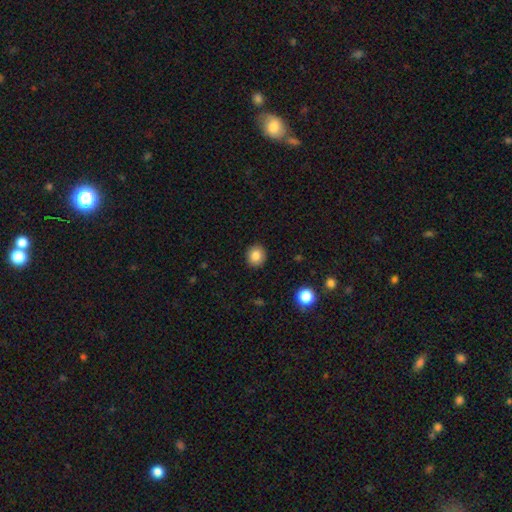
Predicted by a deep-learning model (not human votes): smooth 83%, star or artifact 10%, featured or disk 7%. Down the decision tree: how rounded — round (85%); merging — none (91%).